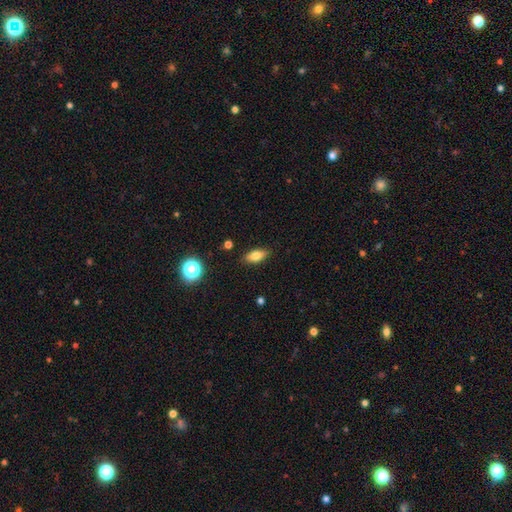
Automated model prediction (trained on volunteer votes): Q: Smooth or featured?
A: smooth (79%); runner-up: featured or disk (12%)
Q: How rounded?
A: in between (84%); runner-up: cigar-shaped (11%)
Q: Merging?
A: none (87%); runner-up: minor disturbance (9%)